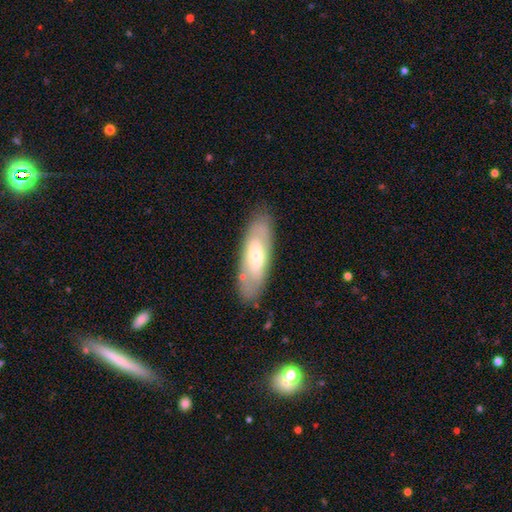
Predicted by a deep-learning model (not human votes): This is possibly a smooth galaxy (51%). How rounded: likely in between (63%). Merging: clearly none (80%).